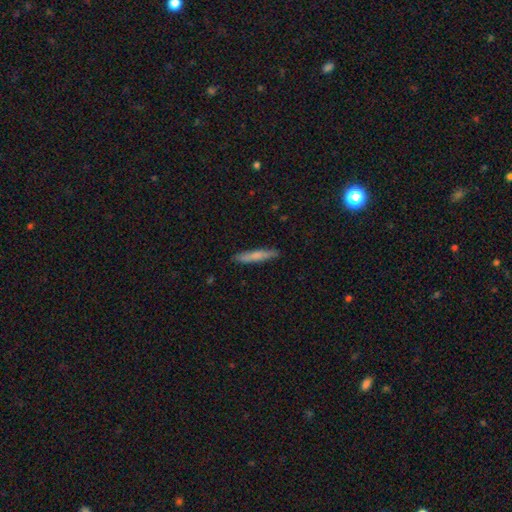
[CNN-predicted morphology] Smooth or featured: smooth — 67% (featured or disk — 27%)
How rounded: cigar-shaped — 93% (in between — 6%)
Merging: none — 88% (minor disturbance — 9%)